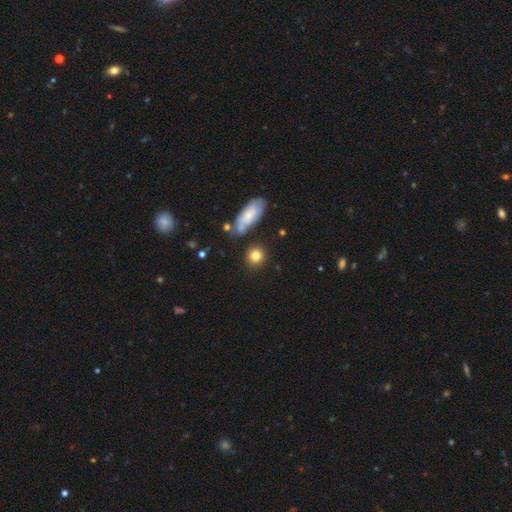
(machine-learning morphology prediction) type=smooth (80%); roundness=round (85%); merging=none (79%).